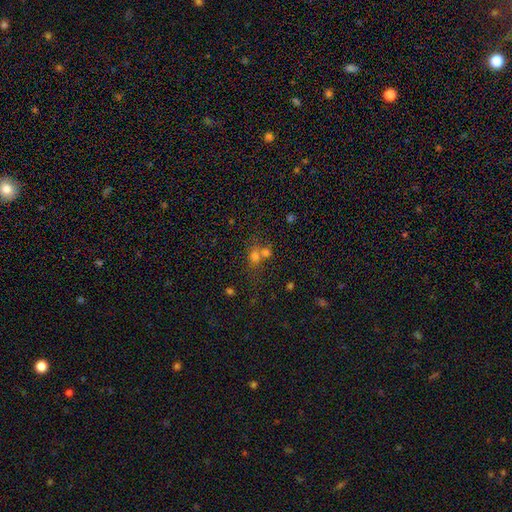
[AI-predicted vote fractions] smooth-or-featured: smooth: 60% | star or artifact: 26% | featured or disk: 15%
  how-rounded: round: 71% | in between: 27% | cigar-shaped: 2%
  merging: merger: 47% | none: 40% | minor disturbance: 8% | major disturbance: 5%